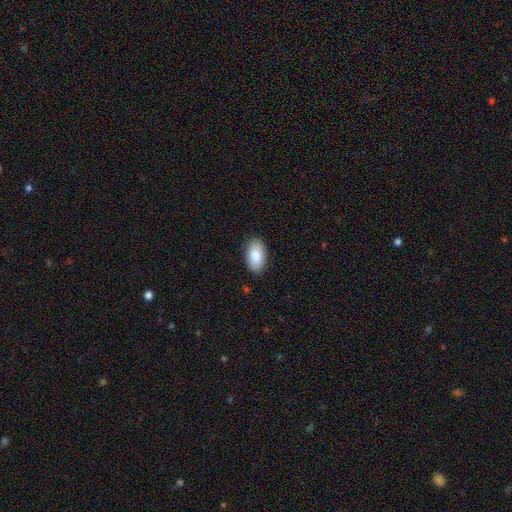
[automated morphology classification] smooth-or-featured: smooth: 88% | star or artifact: 6% | featured or disk: 6%
  how-rounded: in between: 95% | round: 3% | cigar-shaped: 2%
  merging: none: 87% | minor disturbance: 10% | major disturbance: 2% | merger: 1%